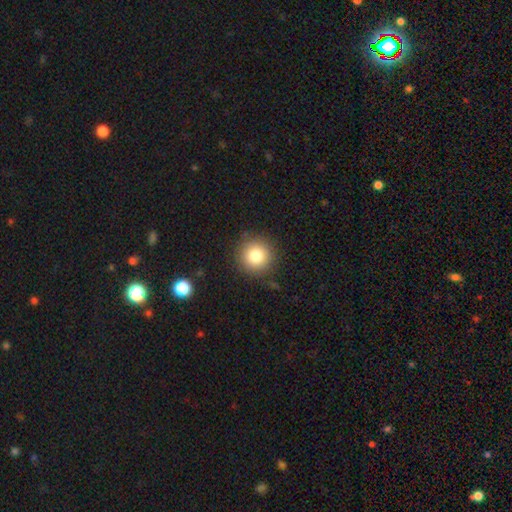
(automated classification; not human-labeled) Smooth or featured? Predicted: smooth (p=0.82). How rounded? Predicted: round (p=0.95). Merging? Predicted: none (p=0.87).